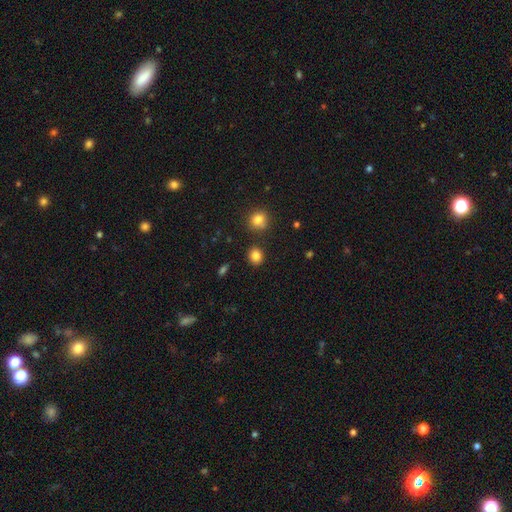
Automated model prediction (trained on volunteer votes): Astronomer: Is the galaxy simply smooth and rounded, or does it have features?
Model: smooth — 84%.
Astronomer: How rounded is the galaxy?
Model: round — 76%.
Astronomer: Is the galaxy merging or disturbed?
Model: none — 85%.